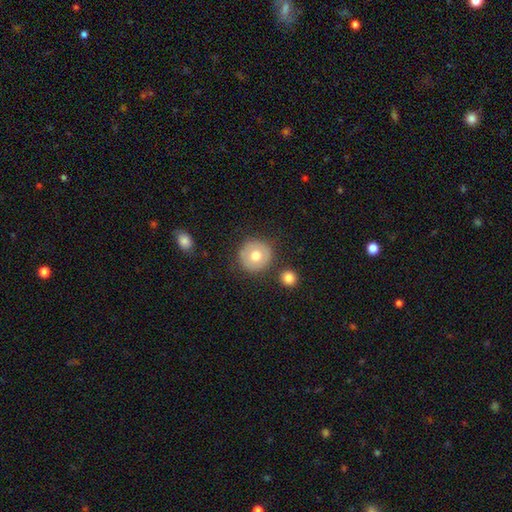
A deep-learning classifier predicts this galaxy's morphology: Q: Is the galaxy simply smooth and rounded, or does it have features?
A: smooth — 70%.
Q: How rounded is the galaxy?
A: round — 94%.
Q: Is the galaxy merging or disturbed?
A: none — 83%.